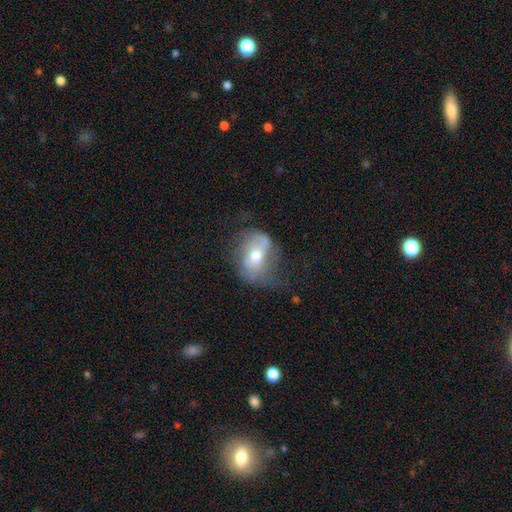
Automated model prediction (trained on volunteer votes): Smooth or featured?
  - featured or disk: 56% *
  - smooth: 35%
  - star or artifact: 9%
Edge-on disk?
  - no: 94% *
  - yes: 6%
Bar?
  - no: 53% *
  - weak: 30%
  - strong: 17%
Spiral arms?
  - yes: 65% *
  - no: 35%
Bulge size?
  - moderate: 68% *
  - small: 24%
  - large: 6%
  - dominant: 1%
  - none: 1%
Merging?
  - none: 44% *
  - minor disturbance: 28%
  - major disturbance: 26%
  - merger: 2%